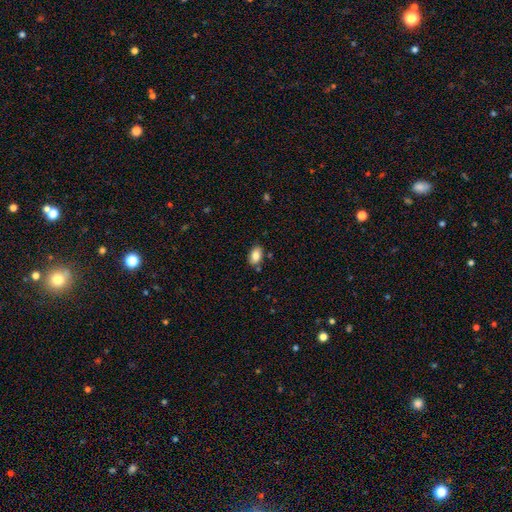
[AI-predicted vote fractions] smooth-or-featured: smooth: 85% | star or artifact: 8% | featured or disk: 7%
  how-rounded: in between: 90% | round: 9% | cigar-shaped: 1%
  merging: none: 80% | minor disturbance: 13% | merger: 4% | major disturbance: 3%